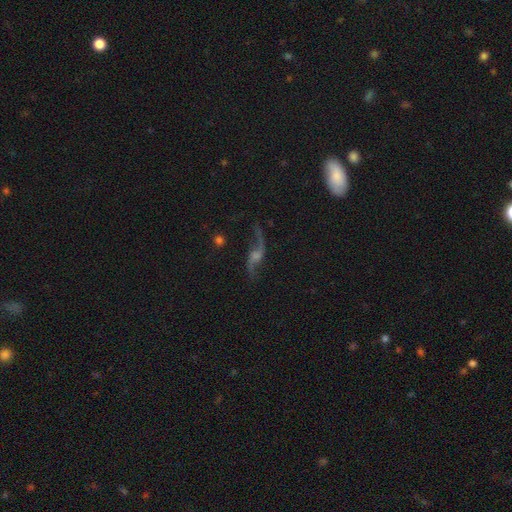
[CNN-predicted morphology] featured or disk 84%, star or artifact 9%, smooth 7%. Down the decision tree: edge-on disk — no (89%); bar — no (54%); spiral arms — yes (95%); spiral arm count — 2 (93%); spiral winding — loose (91%); bulge size — small (38%); merging — none (74%).